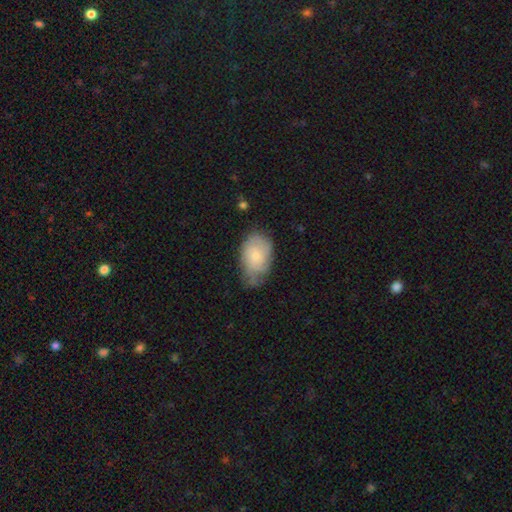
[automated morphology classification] smooth_or_featured: smooth (p=0.55) [alt: featured or disk p=0.38]
how_rounded: in between (p=0.88) [alt: round p=0.11]
merging: none (p=0.52) [alt: minor disturbance p=0.35]